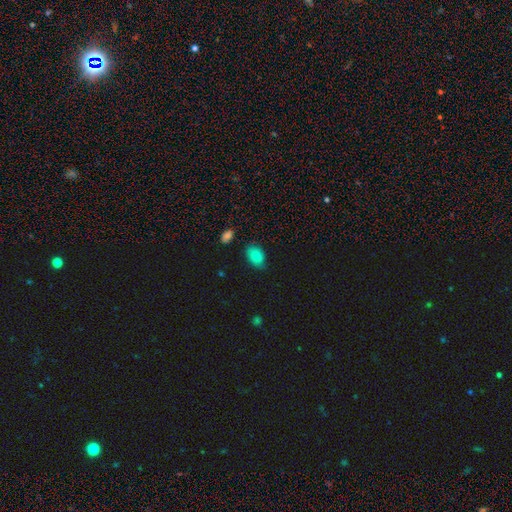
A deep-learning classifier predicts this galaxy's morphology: Smooth or featured: smooth — 85% (star or artifact — 9%)
How rounded: in between — 84% (round — 15%)
Merging: none — 78% (minor disturbance — 17%)